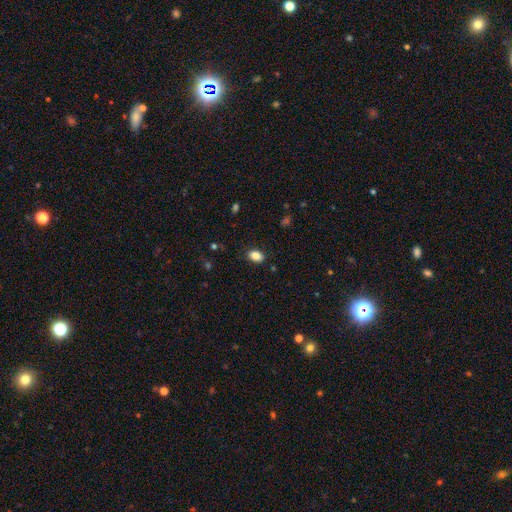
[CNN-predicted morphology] smooth 86%, star or artifact 9%, featured or disk 5%. Down the decision tree: how rounded — in between (85%); merging — none (86%).